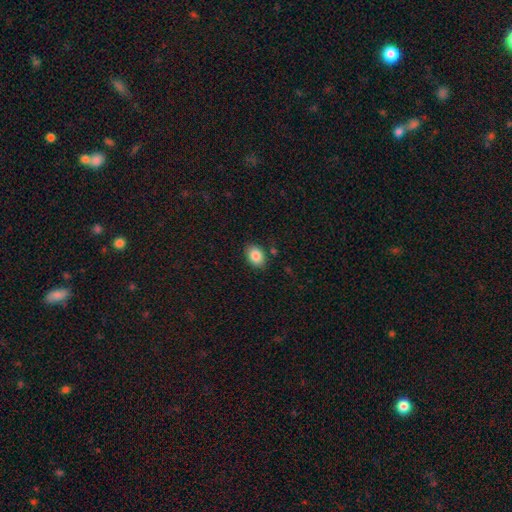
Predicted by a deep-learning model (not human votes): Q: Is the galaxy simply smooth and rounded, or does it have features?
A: smooth — 86%.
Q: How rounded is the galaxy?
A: in between — 70%.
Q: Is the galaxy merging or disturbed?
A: none — 84%.